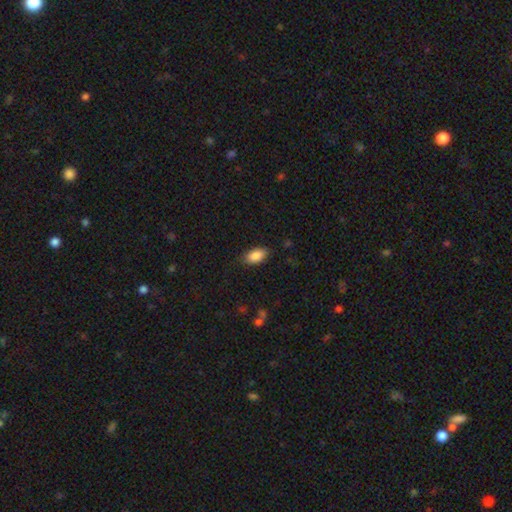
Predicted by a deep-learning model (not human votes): Q: Smooth or featured?
A: smooth (87%); runner-up: star or artifact (7%)
Q: How rounded?
A: in between (92%); runner-up: round (4%)
Q: Merging?
A: none (84%); runner-up: minor disturbance (12%)